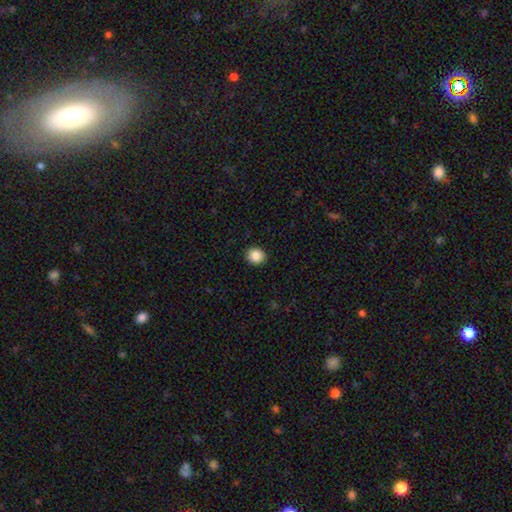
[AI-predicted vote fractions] smooth_or_featured: smooth (p=0.88) [alt: star or artifact p=0.09]
how_rounded: round (p=0.80) [alt: in between p=0.19]
merging: none (p=0.91) [alt: minor disturbance p=0.06]